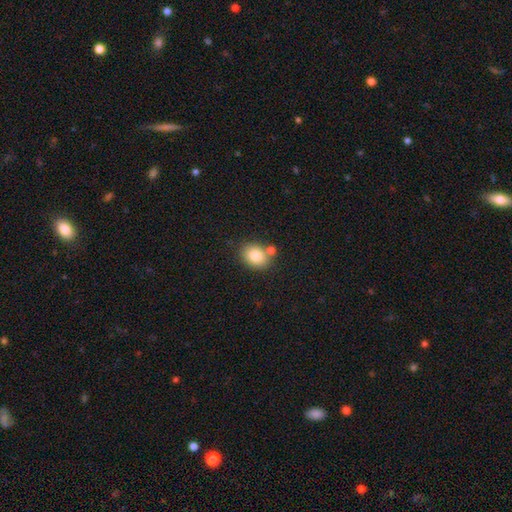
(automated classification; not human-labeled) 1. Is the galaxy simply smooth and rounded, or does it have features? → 81% smooth, 10% star or artifact, 10% featured or disk.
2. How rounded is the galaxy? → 52% round, 47% in between, 1% cigar-shaped.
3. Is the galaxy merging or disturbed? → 70% none, 16% merger, 11% minor disturbance, 3% major disturbance.